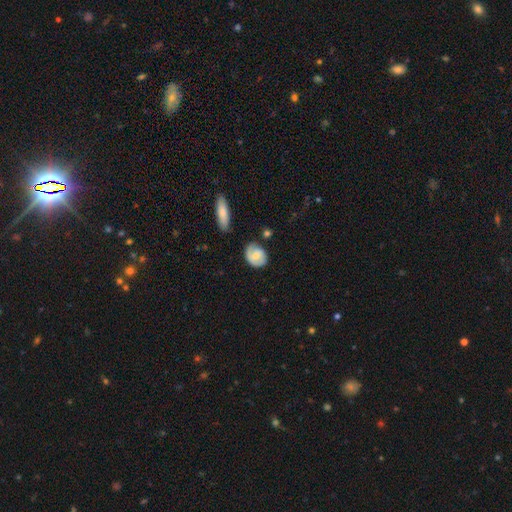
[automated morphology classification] type=featured or disk (47%, tied with smooth); merging=none (64%).